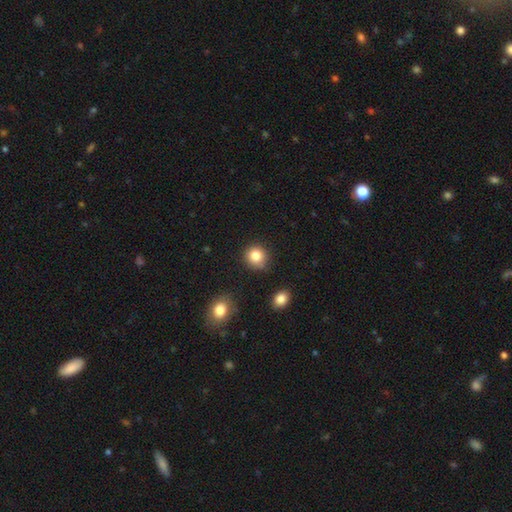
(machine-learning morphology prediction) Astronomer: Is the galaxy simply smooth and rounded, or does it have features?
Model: smooth — 84%.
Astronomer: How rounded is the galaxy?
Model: round — 88%.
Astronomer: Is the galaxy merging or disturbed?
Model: none — 81%.